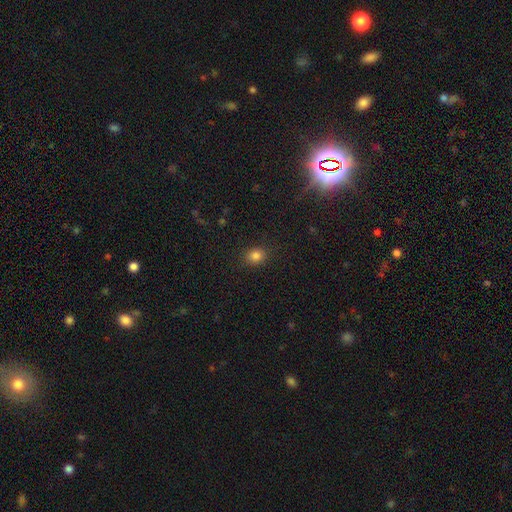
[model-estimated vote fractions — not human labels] smooth 82%, star or artifact 12%, featured or disk 5%. Down the decision tree: how rounded — round (57%); merging — none (88%).